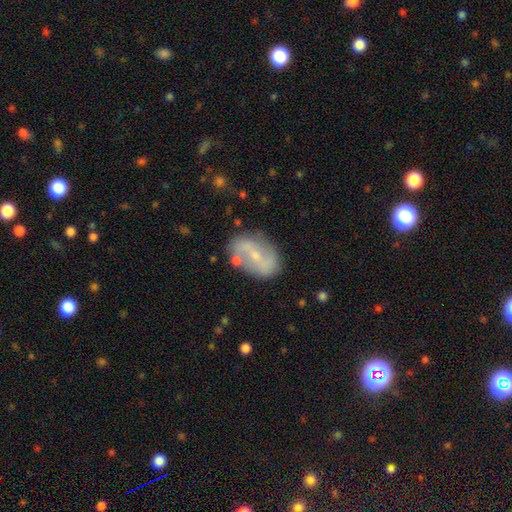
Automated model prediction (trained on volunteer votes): smooth_or_featured: featured or disk (p=0.66) [alt: smooth p=0.26]
disk_edge_on: no (p=0.95) [alt: yes p=0.05]
bar: no (p=0.39) [alt: weak p=0.38]
has_spiral_arms: yes (p=0.76) [alt: no p=0.24]
bulge_size: small (p=0.70) [alt: moderate p=0.23]
merging: none (p=0.70) [alt: minor disturbance p=0.17]